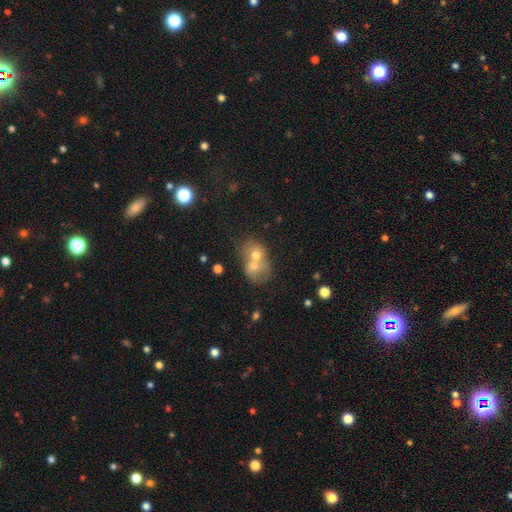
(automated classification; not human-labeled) Smooth or featured: smooth — 57% (featured or disk — 29%)
How rounded: round — 56% (in between — 43%)
Merging: merger — 71% (none — 20%)